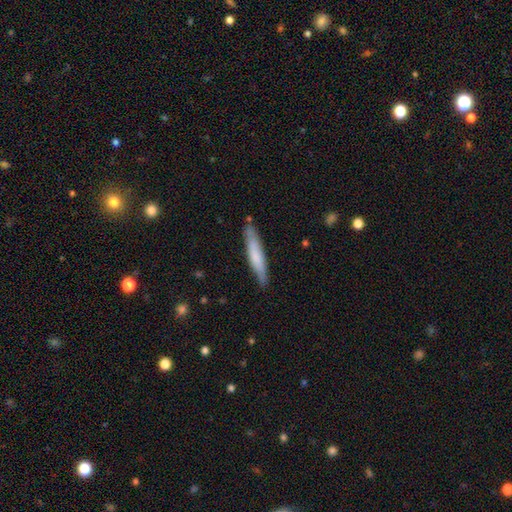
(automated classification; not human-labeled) smooth 66%, featured or disk 29%, star or artifact 5%. Down the decision tree: how rounded — cigar-shaped (91%); merging — none (82%).